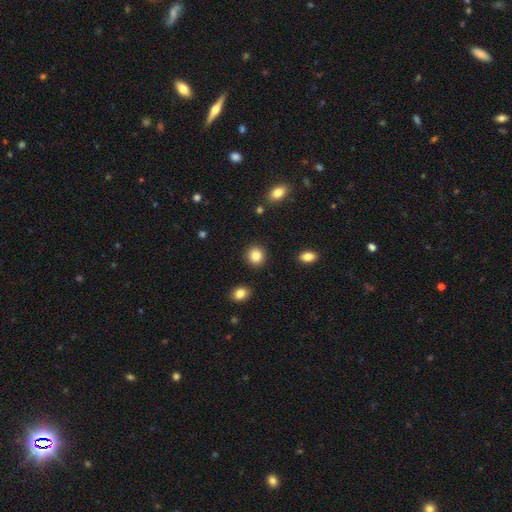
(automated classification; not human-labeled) smooth 85%, star or artifact 9%, featured or disk 5%. Down the decision tree: how rounded — round (86%); merging — none (91%).